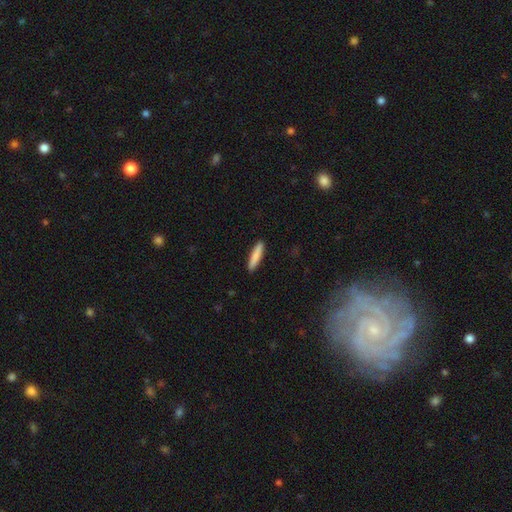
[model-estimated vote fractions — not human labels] Smooth or featured: smooth — 85% (featured or disk — 9%)
How rounded: cigar-shaped — 89% (in between — 9%)
Merging: none — 92% (minor disturbance — 6%)